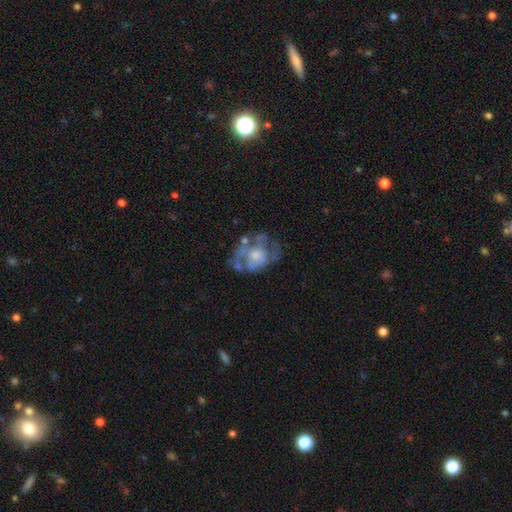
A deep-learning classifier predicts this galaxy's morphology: The model was most divided on "merging": none: 37%, major disturbance: 31%, minor disturbance: 23%, merger: 9%. Remaining: edge-on disk — no (97%); bar — no (82%); smooth or featured — featured or disk (66%); spiral arms — no (63%); bulge size — moderate (46%).